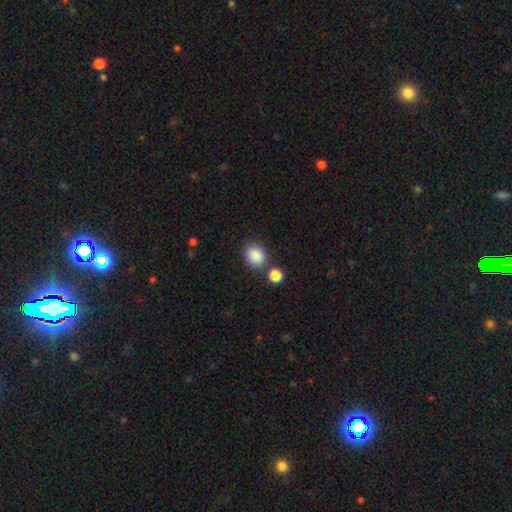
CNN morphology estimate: smooth 86%, star or artifact 10%, featured or disk 4%. Down the decision tree: how rounded — round (65%); merging — none (74%).